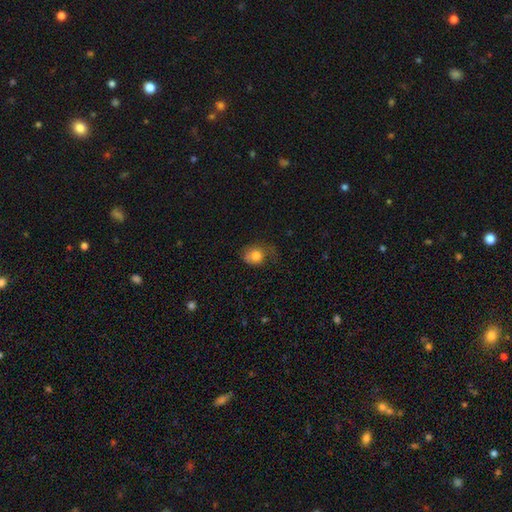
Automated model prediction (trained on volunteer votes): Smooth or featured? Predicted: smooth (p=0.77). How rounded? Predicted: round (p=0.62). Merging? Predicted: none (p=0.44).